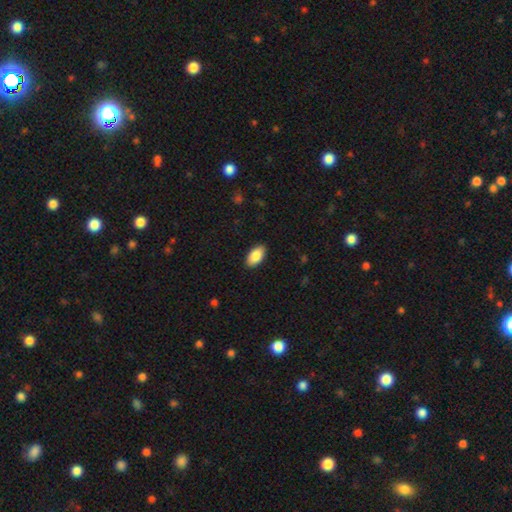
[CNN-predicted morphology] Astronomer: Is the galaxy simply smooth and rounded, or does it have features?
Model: smooth — 87%.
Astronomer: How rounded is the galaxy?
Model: in between — 94%.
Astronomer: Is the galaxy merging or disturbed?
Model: none — 89%.